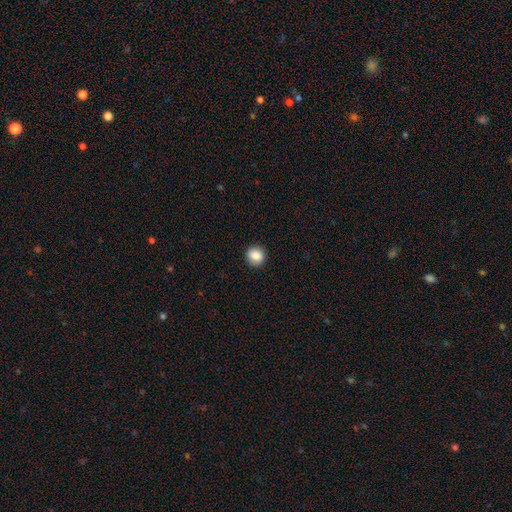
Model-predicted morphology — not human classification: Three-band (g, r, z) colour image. It shows a smooth galaxy with no disk features (86%) that is round (86%). Merging: none (90%).